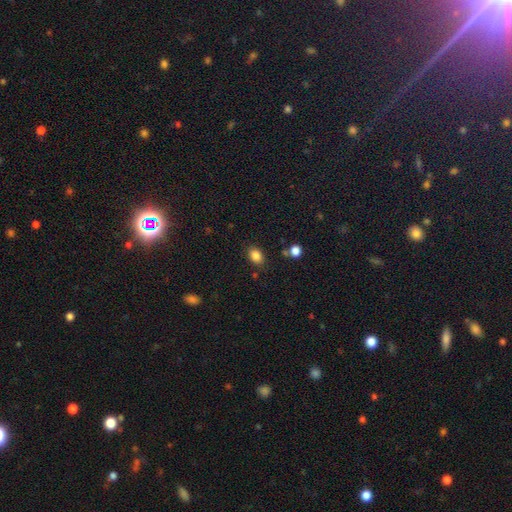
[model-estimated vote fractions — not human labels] This is clearly a smooth galaxy (85%). How rounded: likely in between (77%). Merging: clearly none (81%).